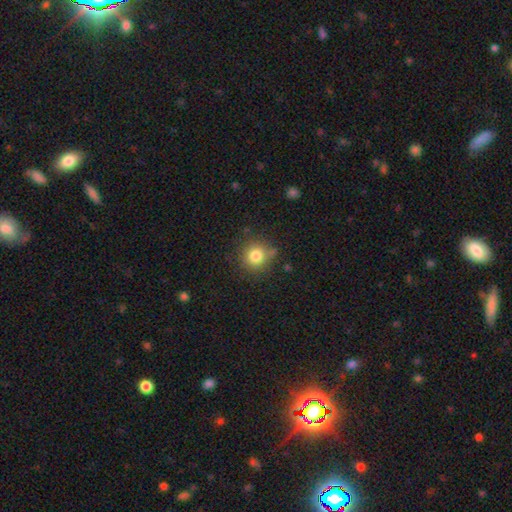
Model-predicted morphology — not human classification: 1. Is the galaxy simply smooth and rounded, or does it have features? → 81% smooth, 12% star or artifact, 7% featured or disk.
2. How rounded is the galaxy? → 91% round, 8% in between, 1% cigar-shaped.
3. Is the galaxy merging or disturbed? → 79% none, 13% minor disturbance, 4% major disturbance, 4% merger.